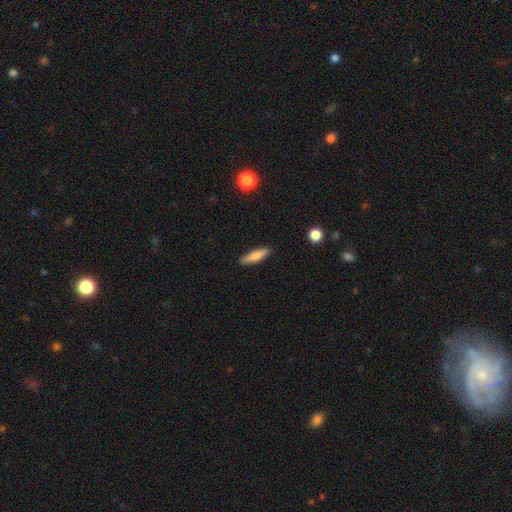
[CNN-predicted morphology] smooth 77%, featured or disk 17%, star or artifact 6%. Down the decision tree: how rounded — cigar-shaped (75%); merging — none (89%).